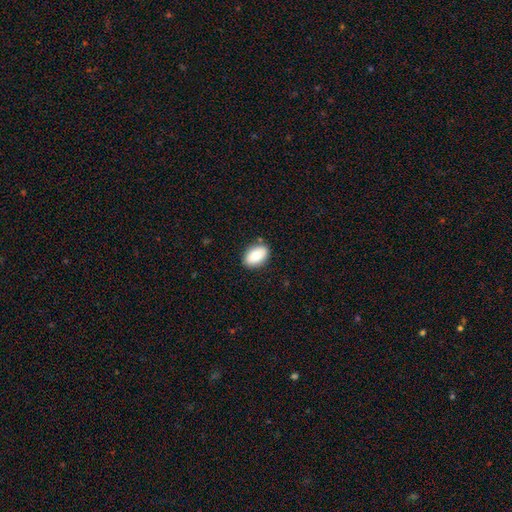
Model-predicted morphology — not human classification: This appears to be a smooth galaxy with no disk features (83%) that is in between round and cigar-shaped (90%). Merging: none (85%).